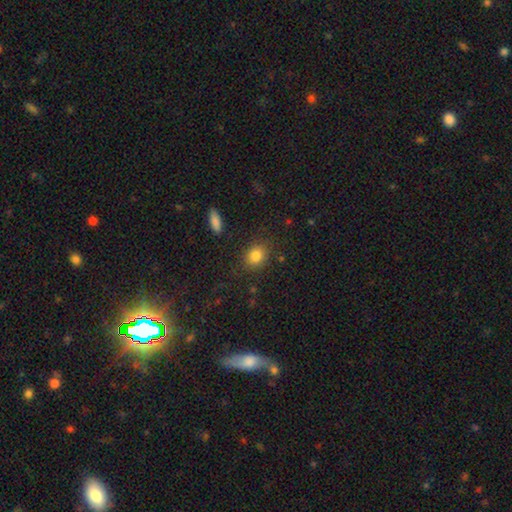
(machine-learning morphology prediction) smooth-or-featured: smooth: 83% | star or artifact: 11% | featured or disk: 6%
  how-rounded: round: 57% | in between: 42% | cigar-shaped: 1%
  merging: none: 84% | minor disturbance: 10% | major disturbance: 3% | merger: 2%